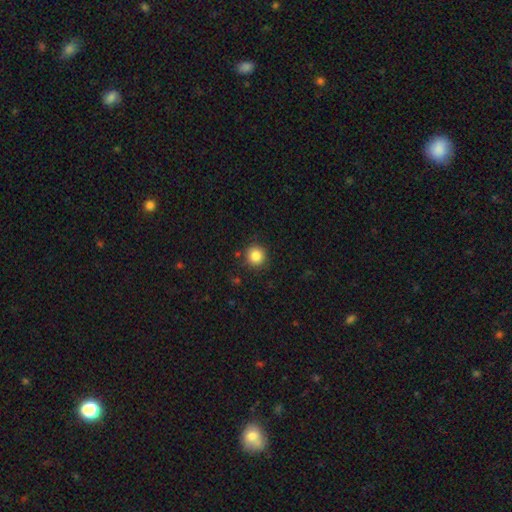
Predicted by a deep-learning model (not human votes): A smooth galaxy with no disk features (85%) that is round (93%). Merging: none (89%).